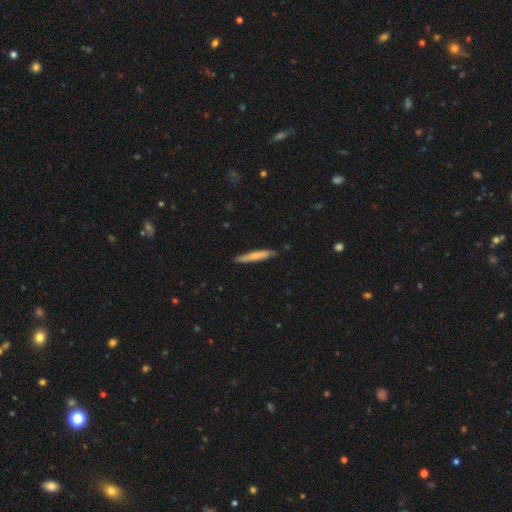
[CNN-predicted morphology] smooth_or_featured: smooth (p=0.69) [alt: featured or disk p=0.26]
how_rounded: cigar-shaped (p=0.95) [alt: in between p=0.04]
merging: none (p=0.86) [alt: minor disturbance p=0.11]